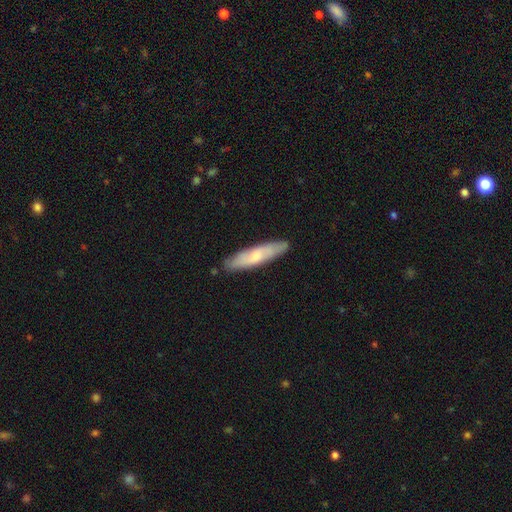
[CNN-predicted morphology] type=smooth (60%); roundness=cigar-shaped (79%); merging=none (87%).